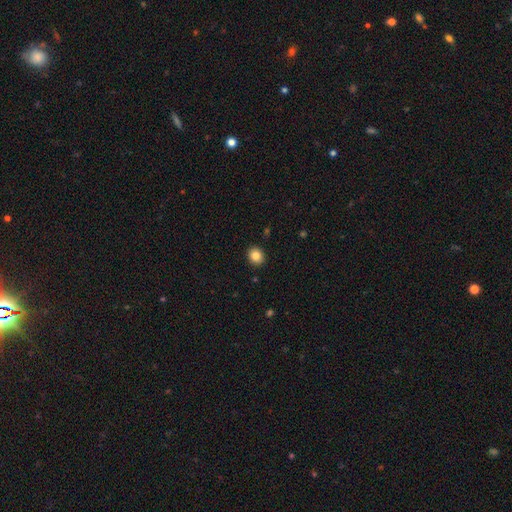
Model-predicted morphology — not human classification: A smooth galaxy with no disk features (84%) that is round (74%).

Vote fractions:
- Smooth or featured? smooth: 84% / star or artifact: 10% / featured or disk: 6%
- How rounded? round: 74% / in between: 25% / cigar-shaped: 1%
- Merging? none: 92% / minor disturbance: 6% / major disturbance: 2% / merger: 1%